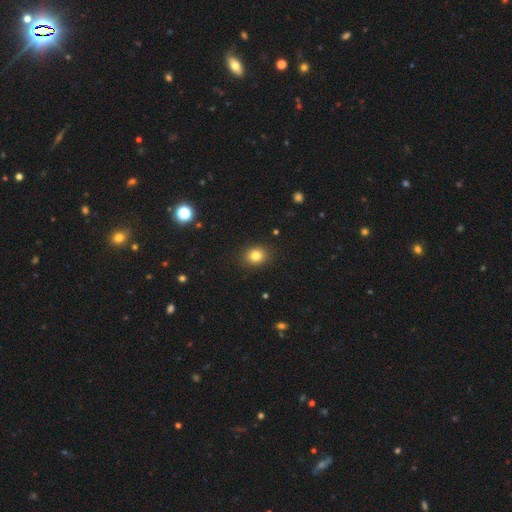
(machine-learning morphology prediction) smooth-or-featured: smooth: 82% | star or artifact: 12% | featured or disk: 6%
  how-rounded: round: 68% | in between: 31% | cigar-shaped: 1%
  merging: none: 90% | minor disturbance: 7% | major disturbance: 2% | merger: 1%